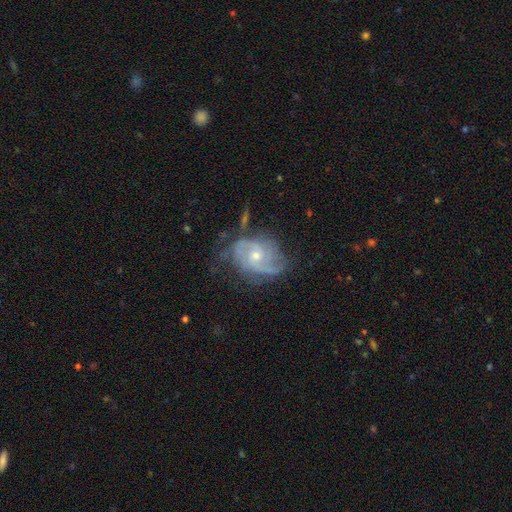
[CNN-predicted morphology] smooth-or-featured: featured or disk: 83% | smooth: 10% | star or artifact: 7%
  disk-edge-on: no: 97% | yes: 3%
    bar: no: 70% | weak: 25% | strong: 4%
    has-spiral-arms: yes: 93% | no: 7%
      spiral-winding: medium: 42% | tight: 40% | loose: 19%
      spiral-arm-count: 2: 44% | can't tell: 24% | 3: 18% | 1: 5% | 4: 5% | more than 4: 4%
    bulge-size: small: 54% | moderate: 43% | large: 1% | none: 1% | dominant: 1%
  merging: none: 58% | minor disturbance: 26% | major disturbance: 14% | merger: 3%